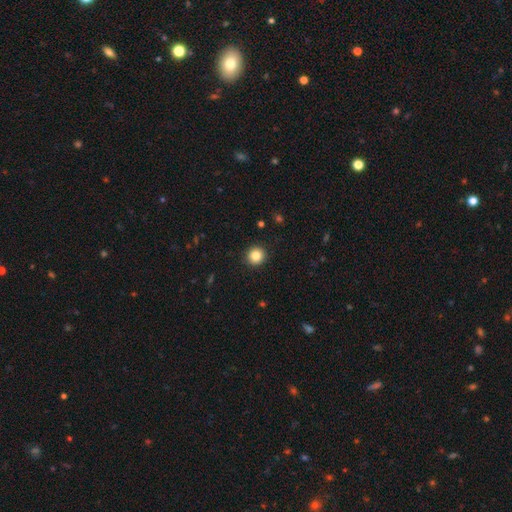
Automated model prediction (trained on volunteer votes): Overall: smooth (84%). How rounded: round (93%). Merging: none (93%).